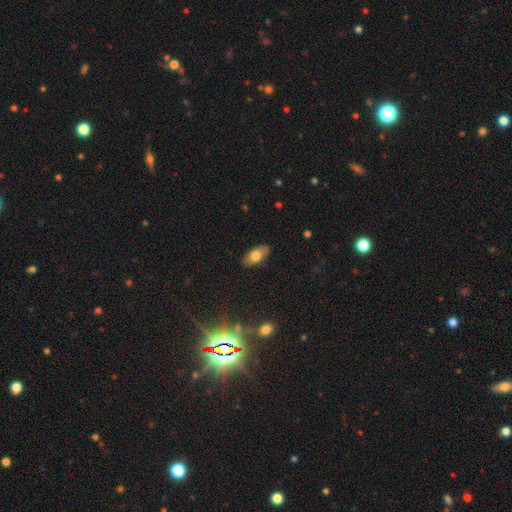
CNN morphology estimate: type=smooth (71%); roundness=in between (90%); merging=none (86%).